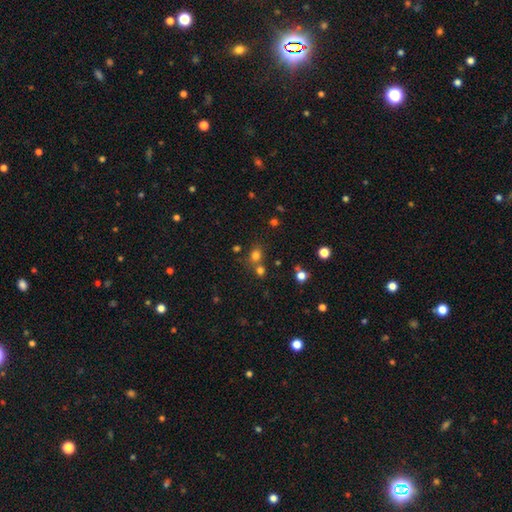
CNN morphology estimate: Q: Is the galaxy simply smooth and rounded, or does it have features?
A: smooth — 73%.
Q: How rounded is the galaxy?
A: round — 68%.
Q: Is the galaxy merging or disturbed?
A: none — 59%.